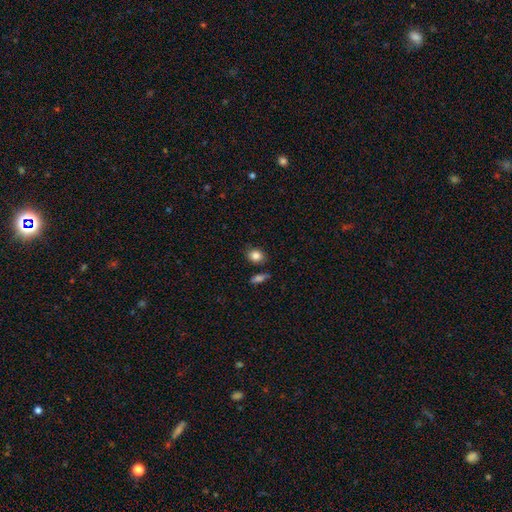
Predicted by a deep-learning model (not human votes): This appears to be a smooth galaxy with no disk features (85%) that is in between round and cigar-shaped (52%). Merging: none (80%).